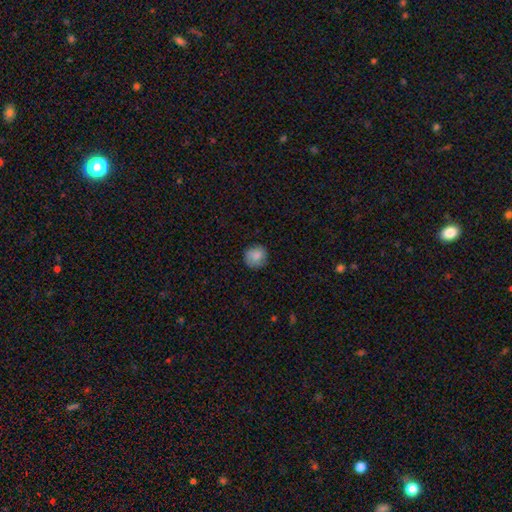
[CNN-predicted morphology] Smooth or featured: smooth — 82% (featured or disk — 10%)
How rounded: round — 90% (in between — 9%)
Merging: none — 81% (minor disturbance — 14%)